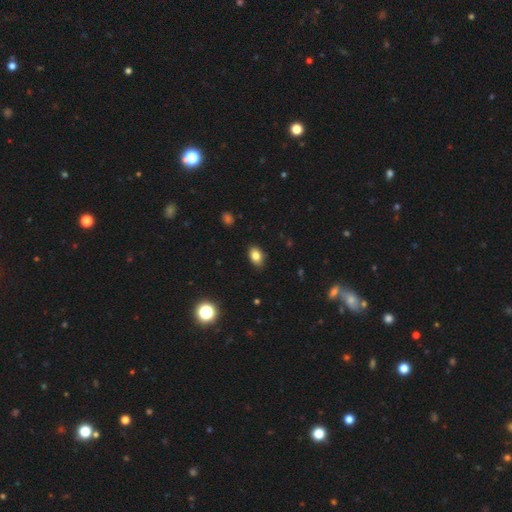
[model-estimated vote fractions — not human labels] Overall: smooth (83%). How rounded: in between (84%). Merging: none (86%).